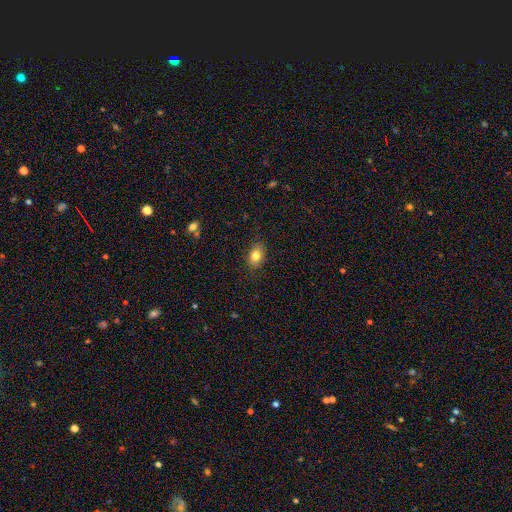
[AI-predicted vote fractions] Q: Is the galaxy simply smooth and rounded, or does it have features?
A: smooth — 82%.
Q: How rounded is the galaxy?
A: in between — 76%.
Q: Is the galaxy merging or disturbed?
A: none — 85%.